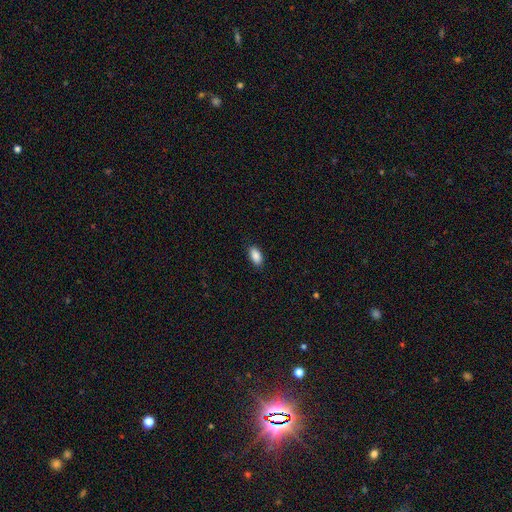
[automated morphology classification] This appears to be a smooth galaxy with no disk features (89%) that is in between round and cigar-shaped (92%). Merging: none (87%).